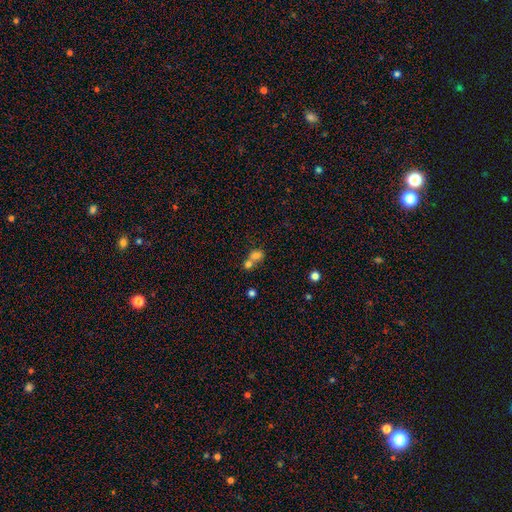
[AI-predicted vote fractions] Smooth or featured? Predicted: smooth (p=0.73). How rounded? Predicted: round (p=0.57). Merging? Predicted: merger (p=0.66).